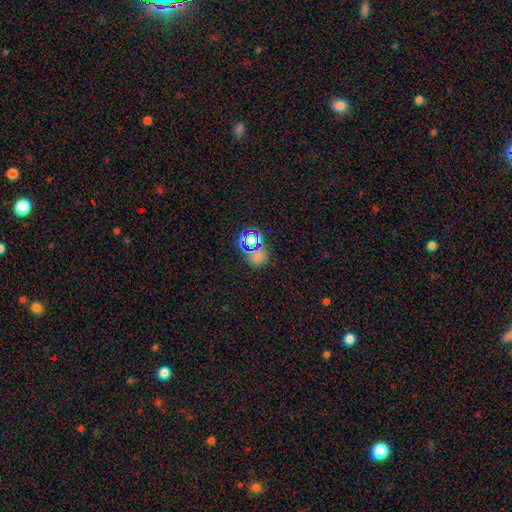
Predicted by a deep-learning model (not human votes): A star or artifact, not a galaxy (50%).

Vote fractions:
- Smooth or featured? star or artifact: 50% / smooth: 38% / featured or disk: 12%